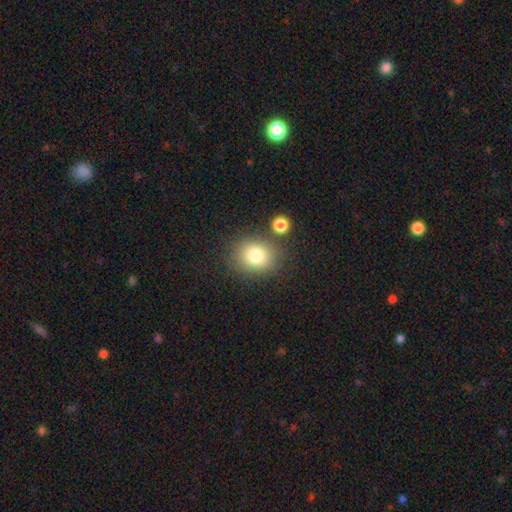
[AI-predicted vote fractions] smooth 80%, star or artifact 12%, featured or disk 8%. Down the decision tree: how rounded — round (67%); merging — none (79%).